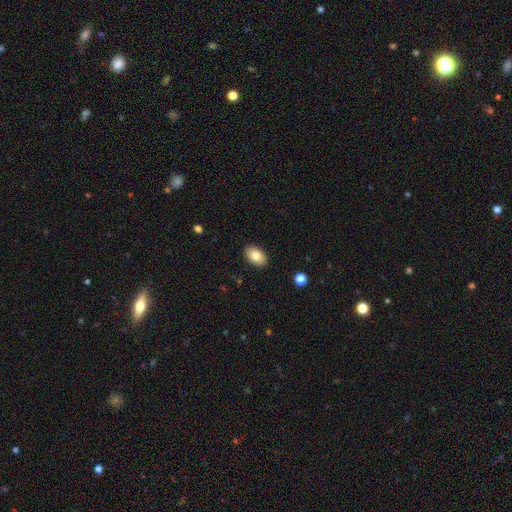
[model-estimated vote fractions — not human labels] This is clearly a smooth galaxy (81%). How rounded: clearly in between (91%). Merging: clearly none (89%).